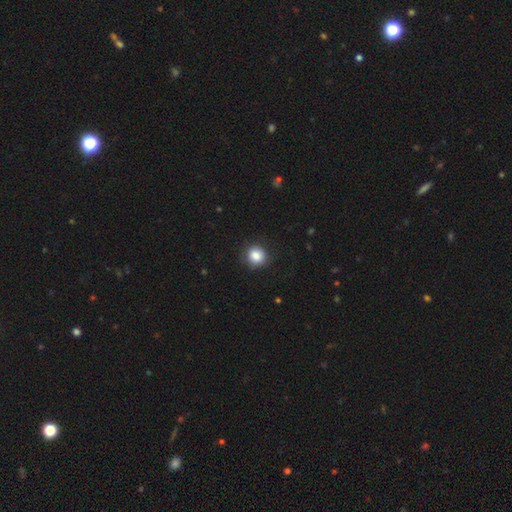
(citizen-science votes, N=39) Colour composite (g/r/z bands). It shows a smooth galaxy with no disk features (82%) that is round (88%). Merging: none (86%).